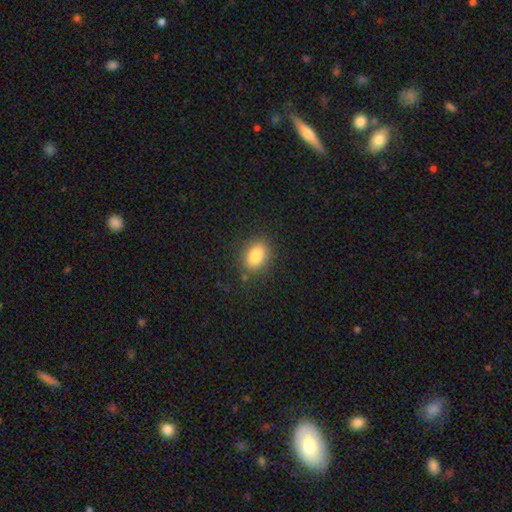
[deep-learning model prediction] This is clearly a smooth galaxy (83%). How rounded: likely in between (77%). Merging: clearly none (84%).